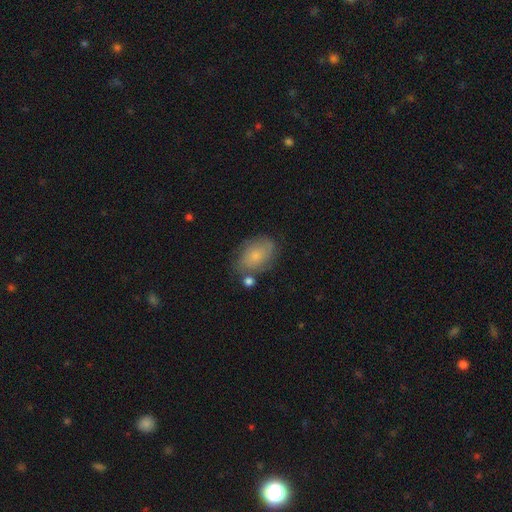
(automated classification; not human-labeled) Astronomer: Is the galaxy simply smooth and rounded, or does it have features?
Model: smooth — 62%.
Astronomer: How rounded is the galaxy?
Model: in between — 79%.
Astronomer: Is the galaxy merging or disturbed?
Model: none — 63%.